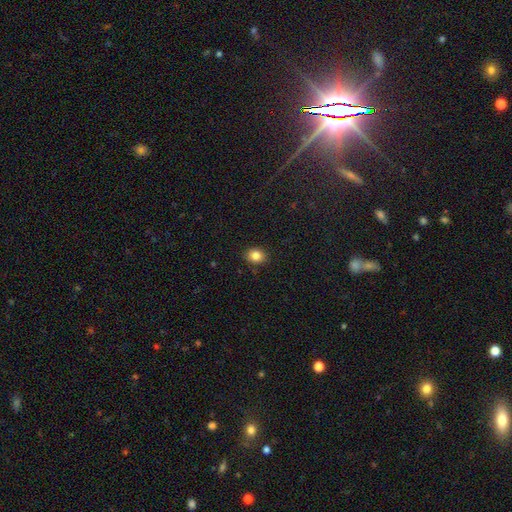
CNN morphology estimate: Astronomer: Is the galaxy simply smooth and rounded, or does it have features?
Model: smooth — 84%.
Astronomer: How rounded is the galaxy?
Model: round — 55% (runner-up: in between, 44%).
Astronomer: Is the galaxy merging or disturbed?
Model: none — 89%.